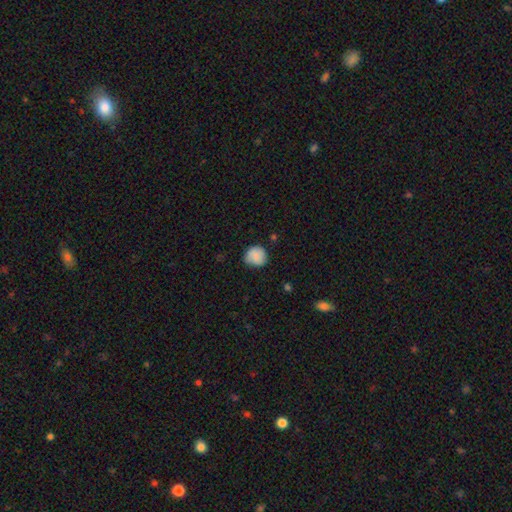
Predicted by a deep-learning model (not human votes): A smooth galaxy with no disk features (80%) that is round (85%). Merging: none (70%).